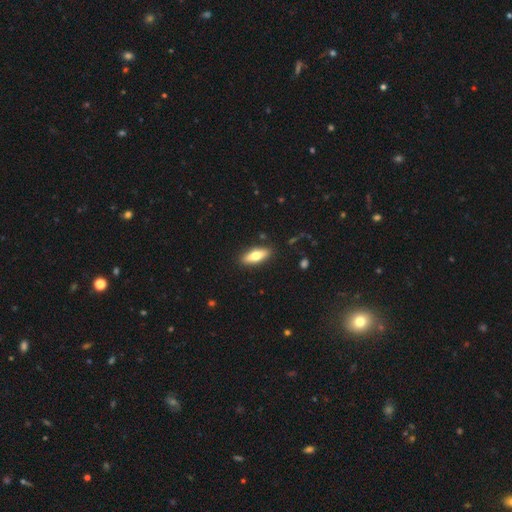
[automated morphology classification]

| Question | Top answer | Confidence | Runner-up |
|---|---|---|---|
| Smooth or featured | smooth | 67% | featured or disk (27%) |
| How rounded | in between | 68% | cigar-shaped (30%) |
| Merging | none | 89% | minor disturbance (8%) |